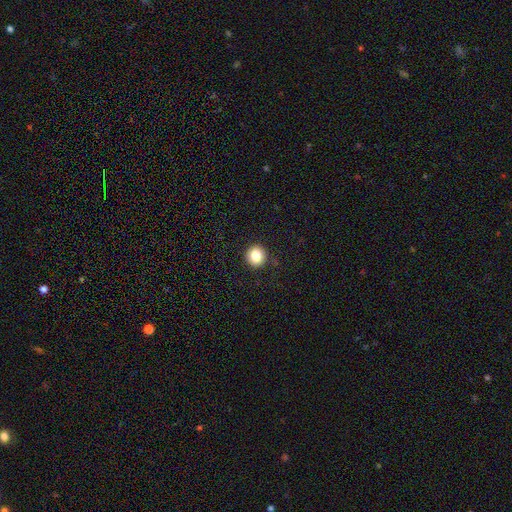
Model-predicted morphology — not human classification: Smooth or featured: smooth — 84% (star or artifact — 10%)
How rounded: round — 94% (in between — 5%)
Merging: none — 92% (minor disturbance — 5%)